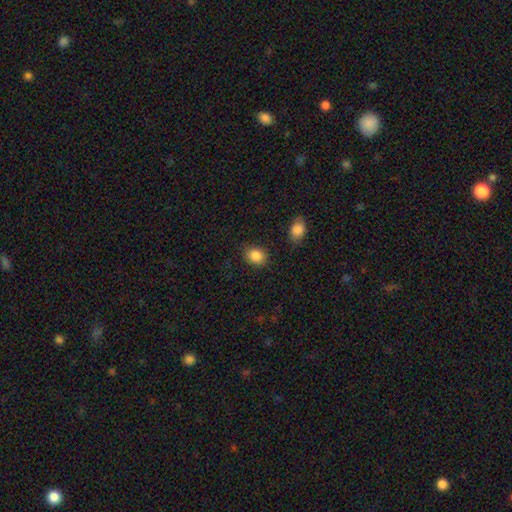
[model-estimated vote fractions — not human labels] This appears to be a smooth galaxy with no disk features (87%) that is round (52%). Merging: none (85%).